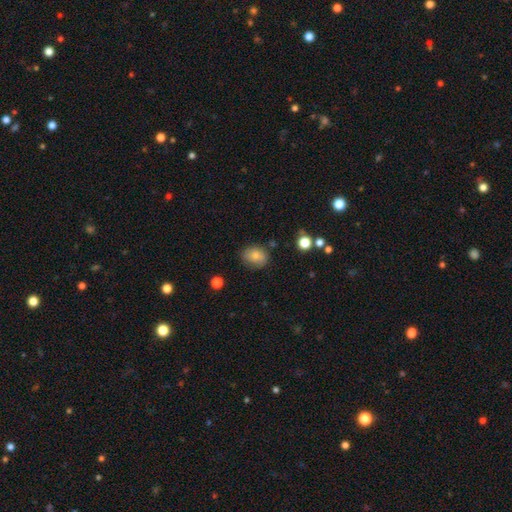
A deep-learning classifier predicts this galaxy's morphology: smooth 75%, featured or disk 14%, star or artifact 10%. Down the decision tree: how rounded — round (52%); merging — none (72%).